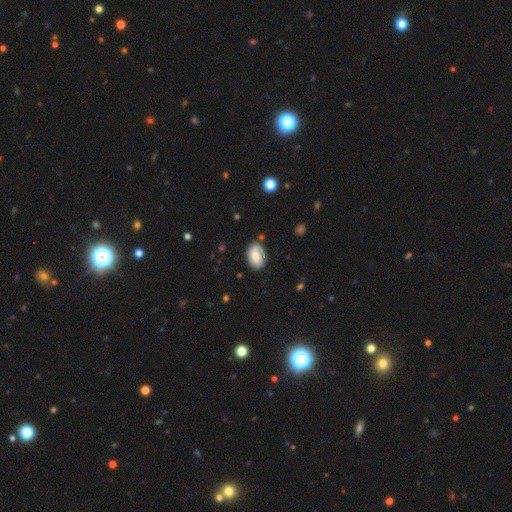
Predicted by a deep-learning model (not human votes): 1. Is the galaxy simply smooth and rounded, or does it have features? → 64% smooth, 28% featured or disk, 7% star or artifact.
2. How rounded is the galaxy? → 84% in between, 15% round, 1% cigar-shaped.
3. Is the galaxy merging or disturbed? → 76% none, 18% minor disturbance, 4% major disturbance, 2% merger.